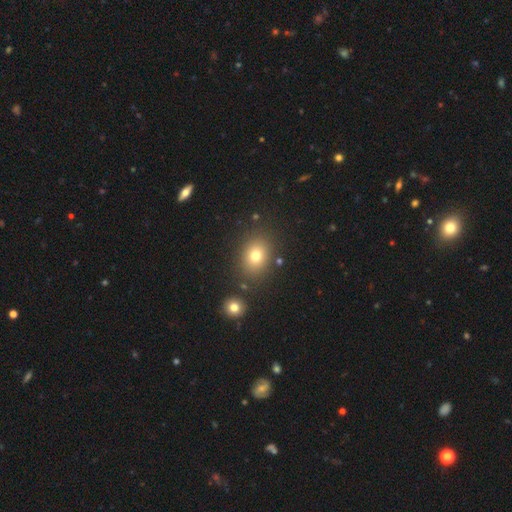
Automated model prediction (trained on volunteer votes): Smooth or featured? Predicted: smooth (p=0.75). How rounded? Predicted: in between (p=0.50). Merging? Predicted: none (p=0.83).